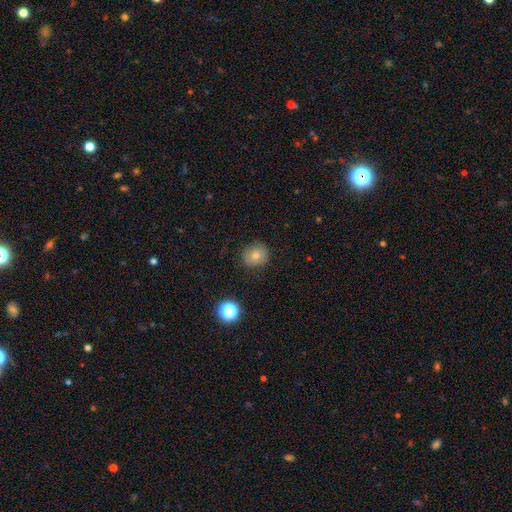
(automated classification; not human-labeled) The model was most divided on "smooth or featured": smooth: 72%, star or artifact: 15%, featured or disk: 13%. More confident: merging — none (85%); how rounded — round (83%).